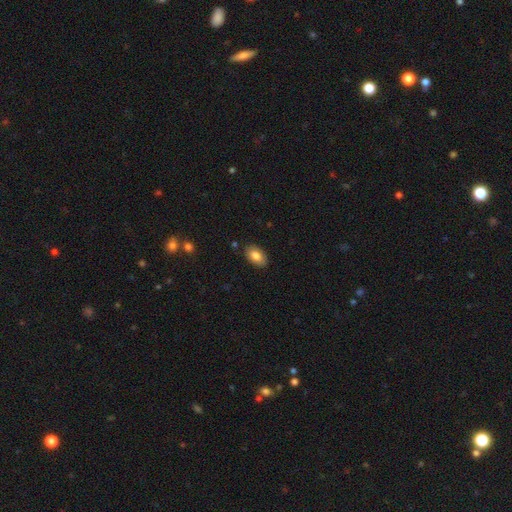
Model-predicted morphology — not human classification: A smooth galaxy with no disk features (83%) that is in between round and cigar-shaped (92%).

Vote fractions:
- Smooth or featured? smooth: 83% / featured or disk: 10% / star or artifact: 7%
- How rounded? in between: 92% / round: 7% / cigar-shaped: 1%
- Merging? none: 86% / minor disturbance: 10% / major disturbance: 2% / merger: 2%